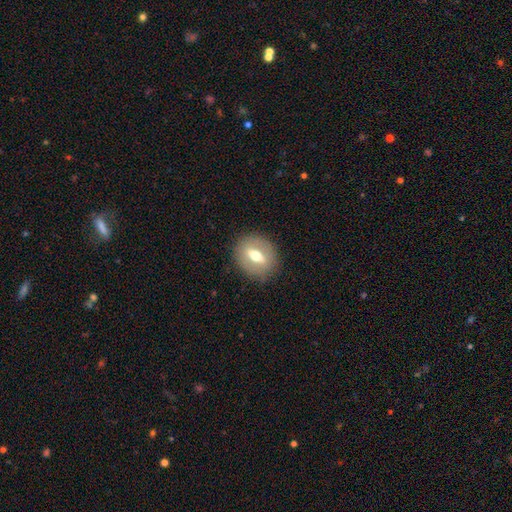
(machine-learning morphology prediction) Smooth or featured? featured or disk (49%)
Merging? none (86%)